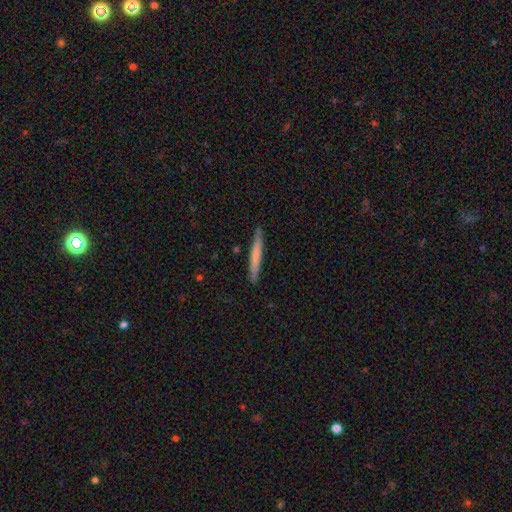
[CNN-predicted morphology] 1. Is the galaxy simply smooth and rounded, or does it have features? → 66% smooth, 29% featured or disk, 5% star or artifact.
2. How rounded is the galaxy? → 96% cigar-shaped, 3% in between, 1% round.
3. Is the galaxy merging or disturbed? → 88% none, 9% minor disturbance, 2% major disturbance, 1% merger.